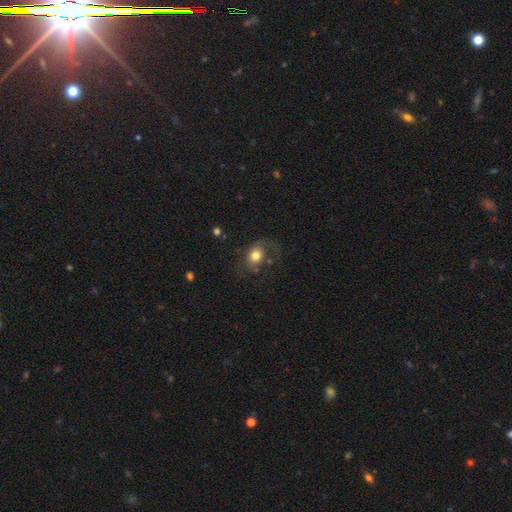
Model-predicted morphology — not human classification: Overall: smooth (59%; featured or disk 32%). How rounded: round (55%; in between 44%). Merging: major disturbance (41%; none 36%).